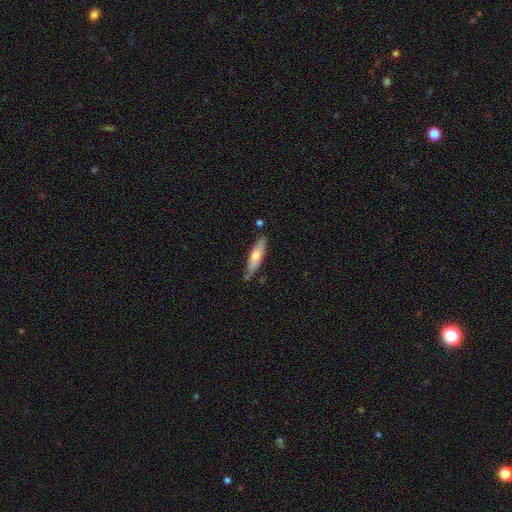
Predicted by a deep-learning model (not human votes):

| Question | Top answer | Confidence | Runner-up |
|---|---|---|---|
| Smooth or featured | smooth | 57% | featured or disk (37%) |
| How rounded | cigar-shaped | 75% | in between (23%) |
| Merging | none | 79% | minor disturbance (14%) |